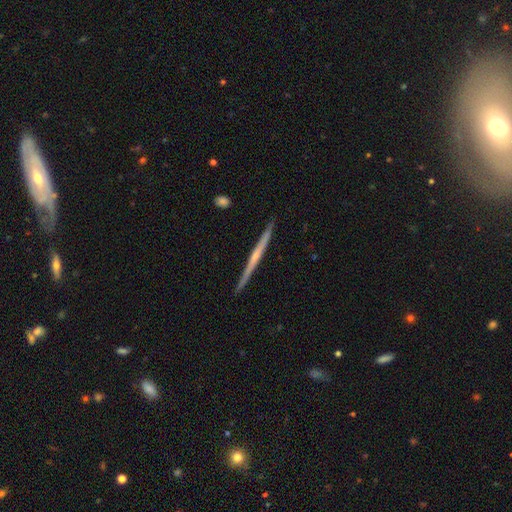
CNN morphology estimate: Smooth or featured? featured or disk (74%)
Edge-on disk? yes (98%)
Edge-on bulge? rounded (47%)
Merging? none (91%)